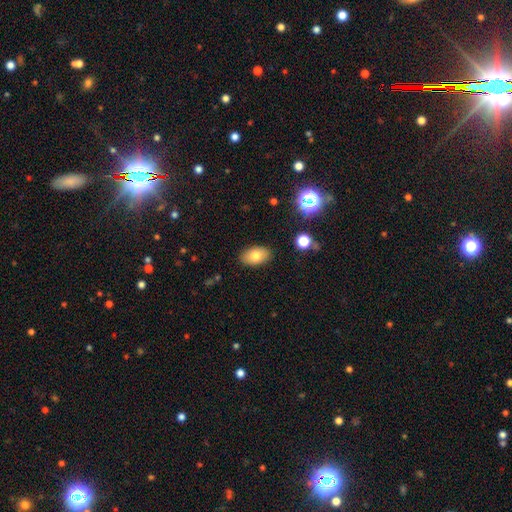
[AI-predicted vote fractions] Q: Smooth or featured?
A: smooth (77%); runner-up: featured or disk (14%)
Q: How rounded?
A: in between (91%); runner-up: round (8%)
Q: Merging?
A: none (87%); runner-up: minor disturbance (9%)